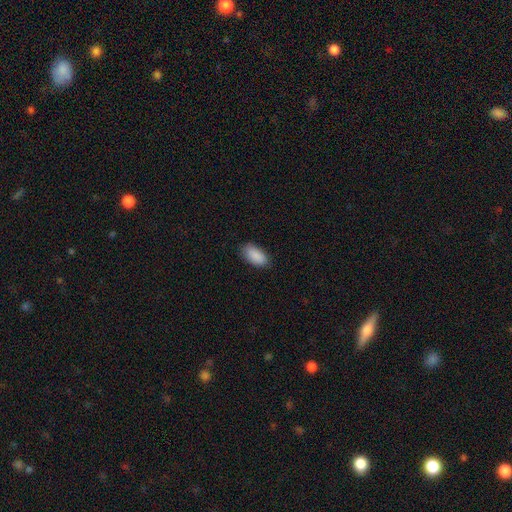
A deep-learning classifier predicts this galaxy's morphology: Smooth or featured: smooth — 90% (star or artifact — 6%)
How rounded: in between — 93% (cigar-shaped — 4%)
Merging: none — 82% (minor disturbance — 14%)